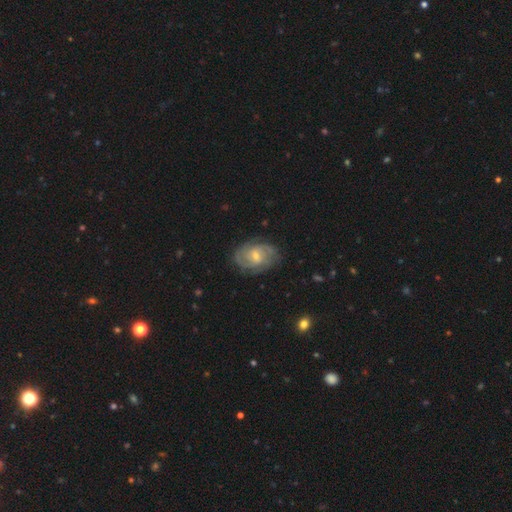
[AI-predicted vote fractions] featured or disk 78%, smooth 16%, star or artifact 6%. Down the decision tree: edge-on disk — no (97%); bar — weak (51%); spiral arms — yes (92%); spiral arm count — 2 (35%); spiral winding — tight (53%); bulge size — small (51%); merging — none (76%).